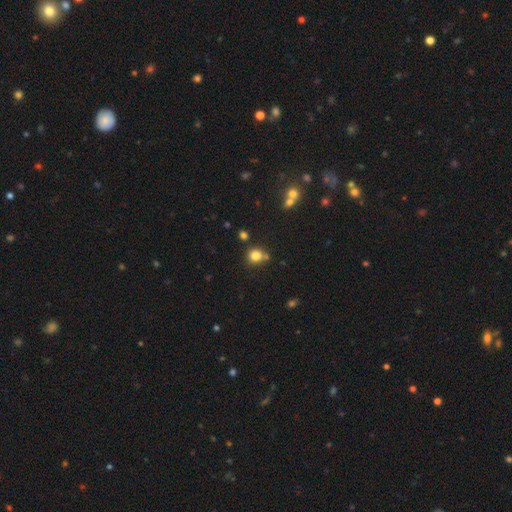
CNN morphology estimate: smooth 81%, star or artifact 13%, featured or disk 6%. Down the decision tree: how rounded — round (85%); merging — none (68%).